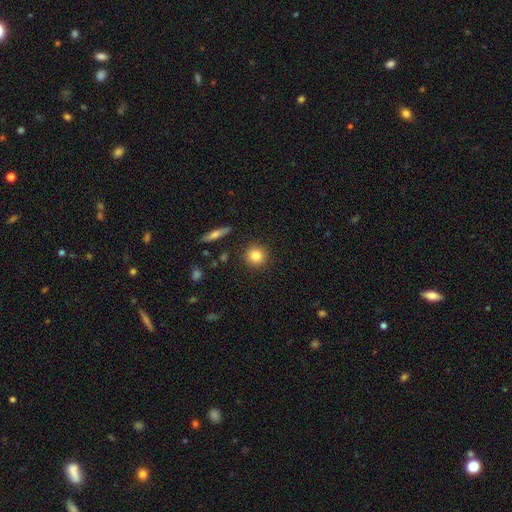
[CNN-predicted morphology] type=smooth (83%); roundness=round (93%); merging=none (90%).